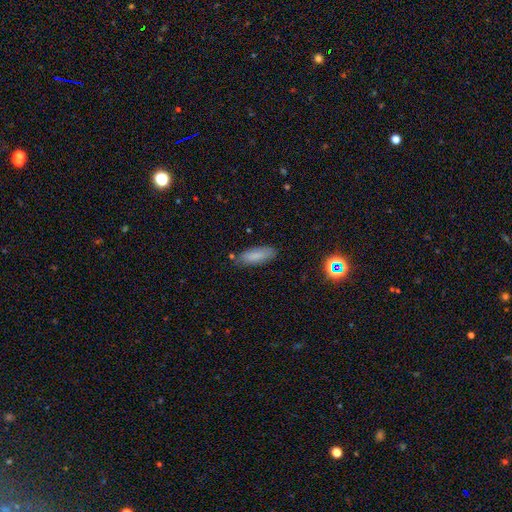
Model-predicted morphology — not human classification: A smooth galaxy with no disk features (80%) that is in between round and cigar-shaped (61%).

Vote fractions:
- Smooth or featured? smooth: 80% / featured or disk: 11% / star or artifact: 9%
- How rounded? in between: 61% / cigar-shaped: 37% / round: 2%
- Merging? none: 79% / minor disturbance: 16% / major disturbance: 3% / merger: 3%